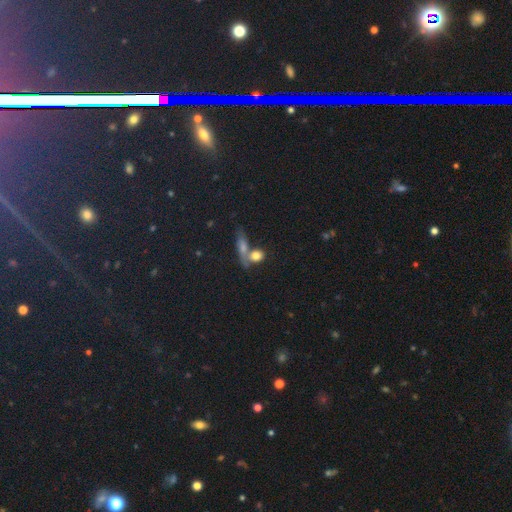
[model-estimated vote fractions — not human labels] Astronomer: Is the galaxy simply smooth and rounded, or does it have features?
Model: smooth — 76%.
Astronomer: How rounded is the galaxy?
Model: round — 54% (runner-up: in between, 39%).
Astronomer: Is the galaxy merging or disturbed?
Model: none — 42% (runner-up: merger, 41%).